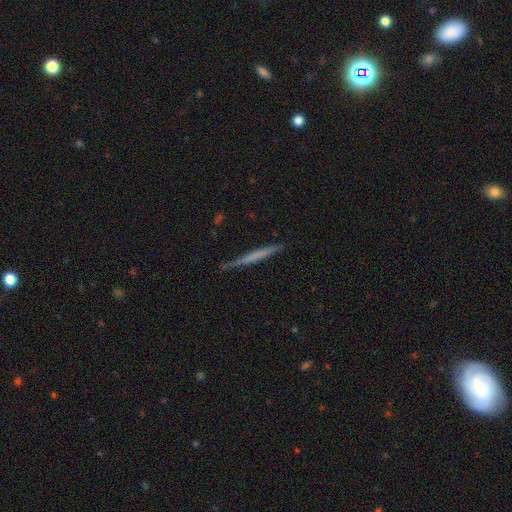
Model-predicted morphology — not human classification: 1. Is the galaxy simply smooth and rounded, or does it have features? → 48% smooth, 47% featured or disk, 6% star or artifact.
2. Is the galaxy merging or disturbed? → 87% none, 10% minor disturbance, 2% major disturbance, 1% merger.